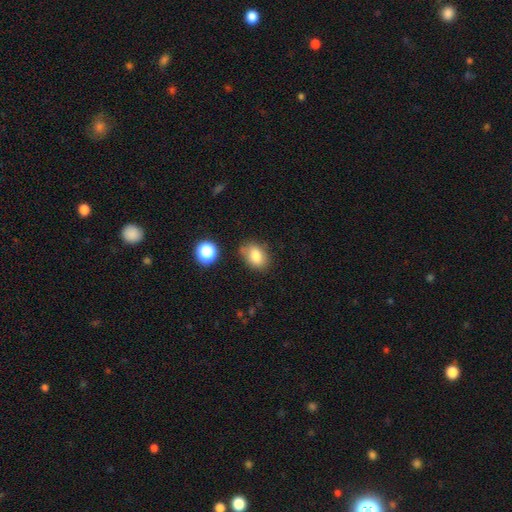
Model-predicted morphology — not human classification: Smooth or featured?
  - smooth: 82% *
  - star or artifact: 10%
  - featured or disk: 8%
How rounded?
  - in between: 76% *
  - round: 23%
  - cigar-shaped: 1%
Merging?
  - none: 72% *
  - minor disturbance: 18%
  - merger: 5%
  - major disturbance: 4%